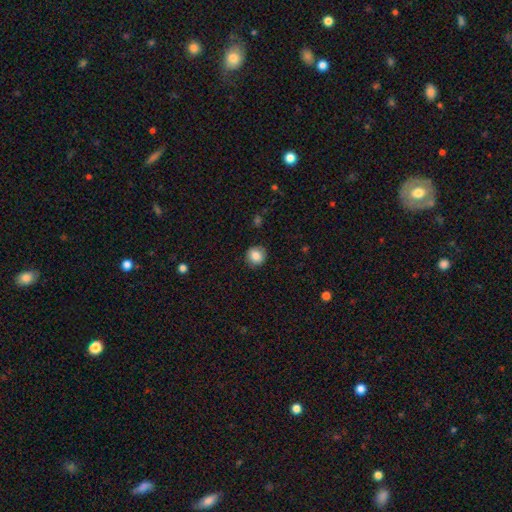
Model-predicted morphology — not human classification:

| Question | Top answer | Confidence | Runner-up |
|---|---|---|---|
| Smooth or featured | smooth | 85% | star or artifact (9%) |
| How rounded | round | 91% | in between (9%) |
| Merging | none | 88% | minor disturbance (9%) |